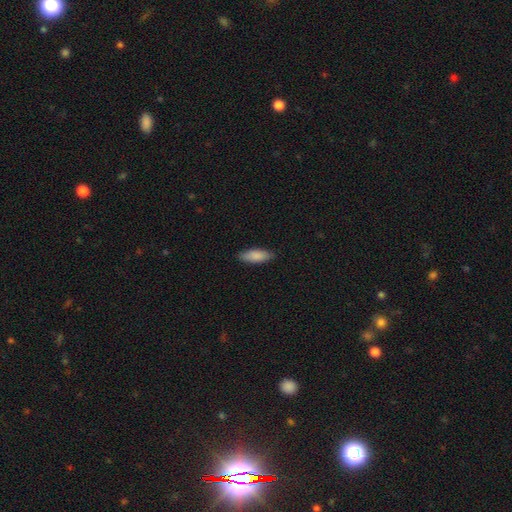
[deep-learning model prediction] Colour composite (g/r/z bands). It shows a smooth galaxy with no disk features (87%) that is in between round and cigar-shaped (65%). Merging: none (87%).